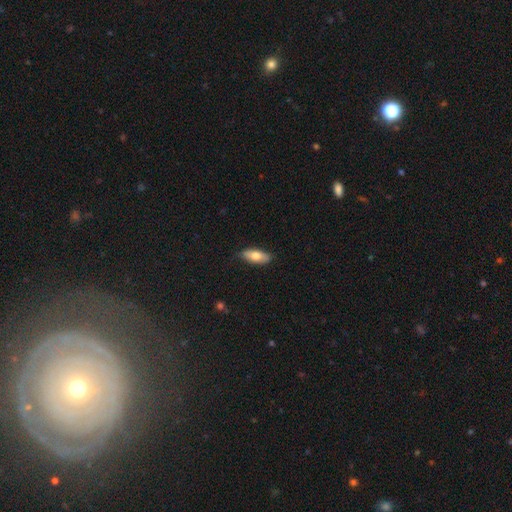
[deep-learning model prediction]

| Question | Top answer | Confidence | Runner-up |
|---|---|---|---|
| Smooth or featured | smooth | 72% | featured or disk (22%) |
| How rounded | in between | 79% | cigar-shaped (18%) |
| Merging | none | 80% | minor disturbance (17%) |